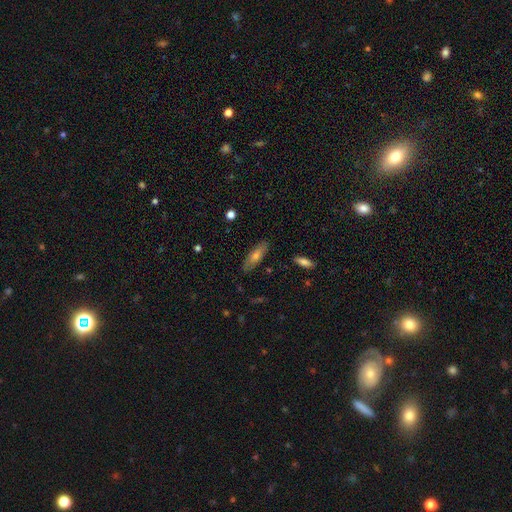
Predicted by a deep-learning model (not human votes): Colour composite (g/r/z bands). It shows a smooth galaxy with no disk features (56%) that is in between round and cigar-shaped (49%). Merging: none (85%).